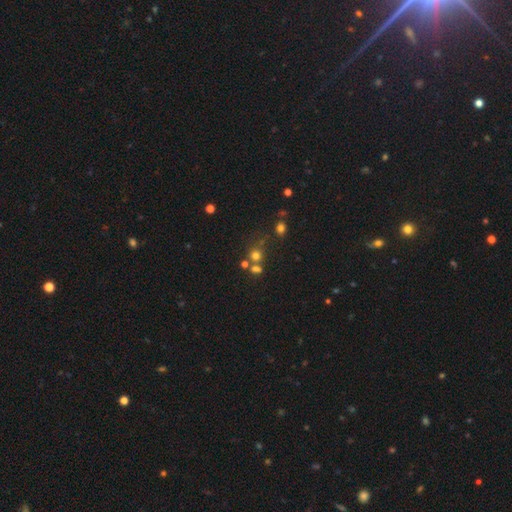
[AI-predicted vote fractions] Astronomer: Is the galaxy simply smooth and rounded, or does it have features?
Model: smooth — 64%.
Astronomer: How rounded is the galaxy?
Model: round — 84%.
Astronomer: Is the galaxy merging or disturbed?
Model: none — 54% (runner-up: merger, 32%).